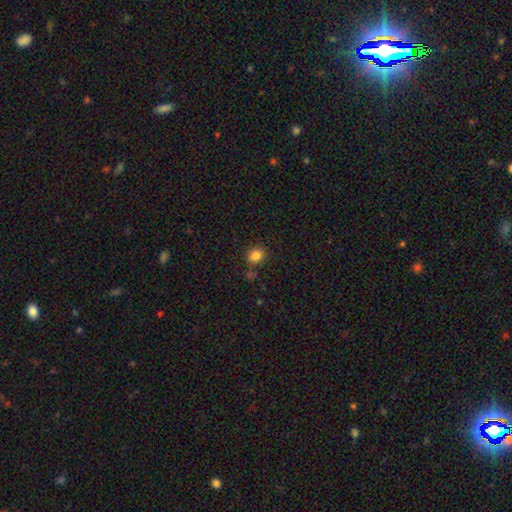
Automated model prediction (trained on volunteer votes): A smooth galaxy with no disk features (84%) that is round (64%).

Vote fractions:
- Smooth or featured? smooth: 84% / star or artifact: 12% / featured or disk: 4%
- How rounded? round: 64% / in between: 35% / cigar-shaped: 1%
- Merging? none: 76% / minor disturbance: 13% / merger: 7% / major disturbance: 4%